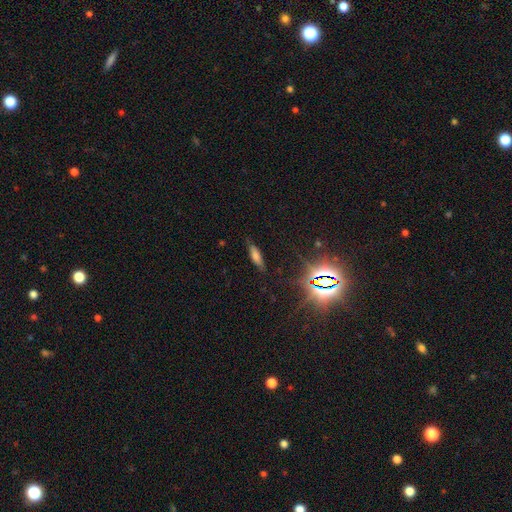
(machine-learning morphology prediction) Smooth or featured? smooth (55%)
How rounded? cigar-shaped (61%)
Merging? none (81%)